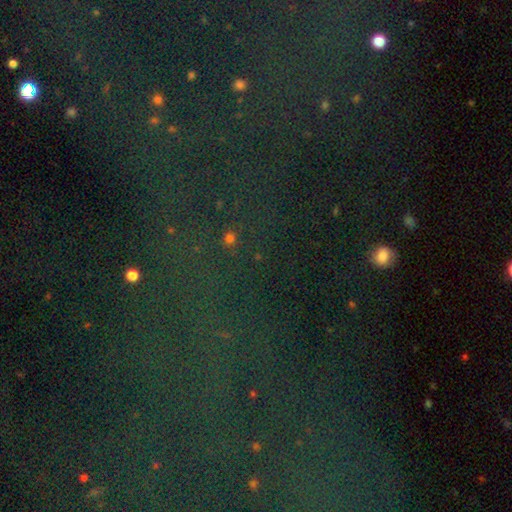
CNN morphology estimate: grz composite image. It shows a star or artifact, not a galaxy (76%).